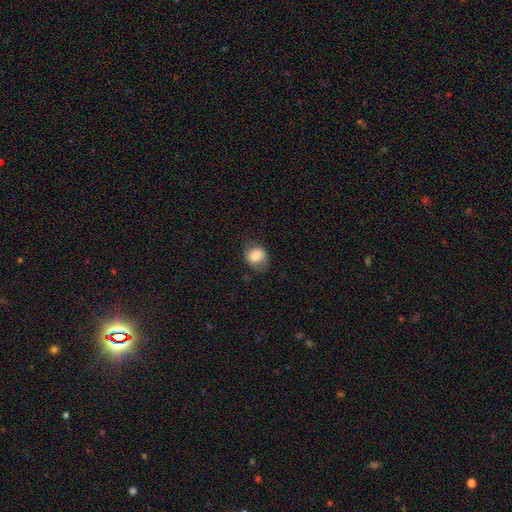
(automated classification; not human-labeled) Q: Smooth or featured?
A: smooth (77%); runner-up: featured or disk (15%)
Q: How rounded?
A: round (50%); runner-up: in between (49%)
Q: Merging?
A: none (63%); runner-up: minor disturbance (25%)